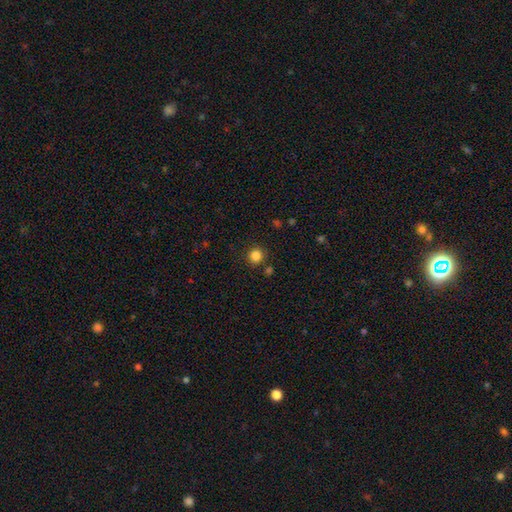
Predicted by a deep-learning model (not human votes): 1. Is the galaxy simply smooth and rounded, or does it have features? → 84% smooth, 12% star or artifact, 4% featured or disk.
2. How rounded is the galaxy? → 93% round, 6% in between, 1% cigar-shaped.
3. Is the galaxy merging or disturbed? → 88% none, 6% minor disturbance, 4% merger, 2% major disturbance.